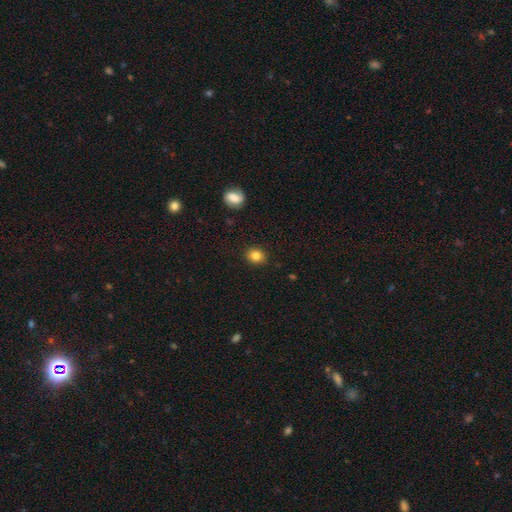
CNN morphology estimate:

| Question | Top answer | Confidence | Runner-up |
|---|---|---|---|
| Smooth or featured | smooth | 83% | star or artifact (10%) |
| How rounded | round | 69% | in between (30%) |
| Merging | none | 90% | minor disturbance (7%) |